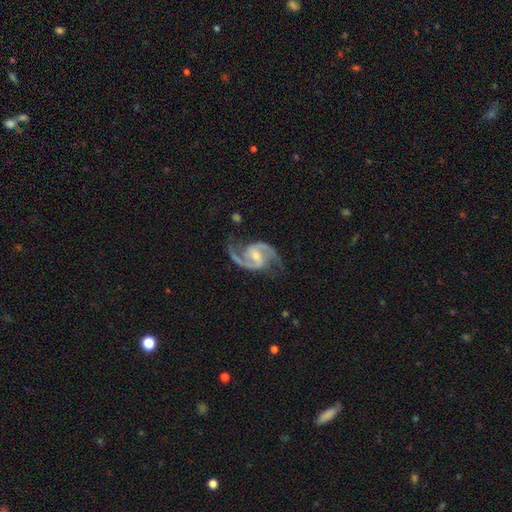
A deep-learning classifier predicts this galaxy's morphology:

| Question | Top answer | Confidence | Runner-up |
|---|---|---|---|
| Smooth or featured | featured or disk | 94% | star or artifact (4%) |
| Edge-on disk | no | 98% | yes (2%) |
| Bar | weak | 52% | strong (28%) |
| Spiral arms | yes | 98% | no (2%) |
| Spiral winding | medium | 58% | loose (30%) |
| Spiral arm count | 2 | 94% | can't tell (1%) |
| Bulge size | small | 47% | moderate (44%) |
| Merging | none | 76% | minor disturbance (15%) |